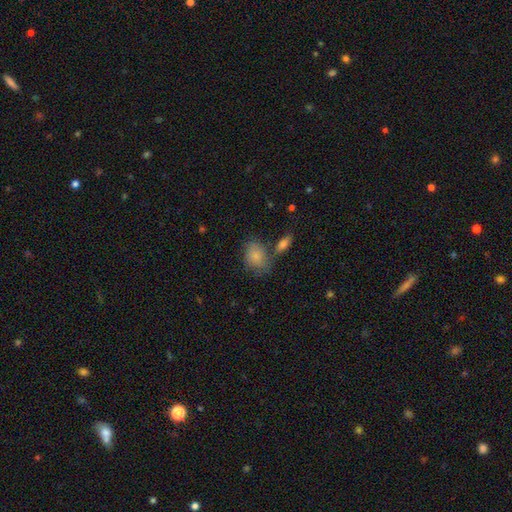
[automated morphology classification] smooth-or-featured: smooth: 82% | featured or disk: 11% | star or artifact: 7%
  how-rounded: in between: 68% | round: 30% | cigar-shaped: 2%
  merging: none: 53% | minor disturbance: 22% | merger: 16% | major disturbance: 8%